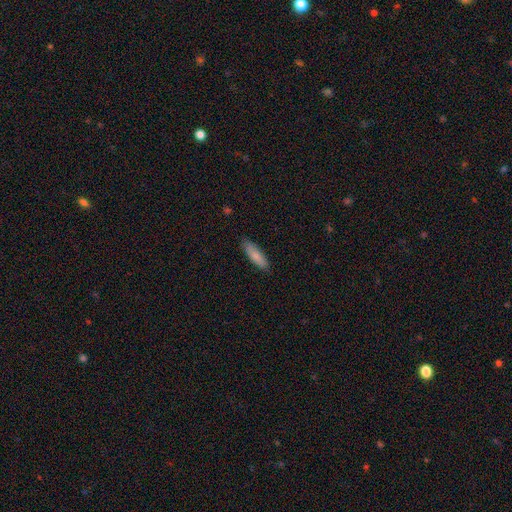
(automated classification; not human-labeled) The model was most divided on "how rounded": cigar-shaped: 56%, in between: 43%, round: 2%. More confident: merging — none (84%); smooth or featured — smooth (82%).